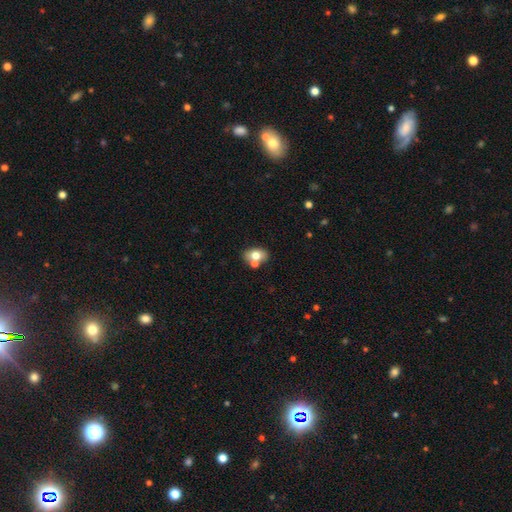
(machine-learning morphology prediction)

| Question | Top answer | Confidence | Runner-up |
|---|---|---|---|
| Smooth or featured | smooth | 72% | featured or disk (19%) |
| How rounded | in between | 79% | round (20%) |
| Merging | none | 57% | merger (27%) |